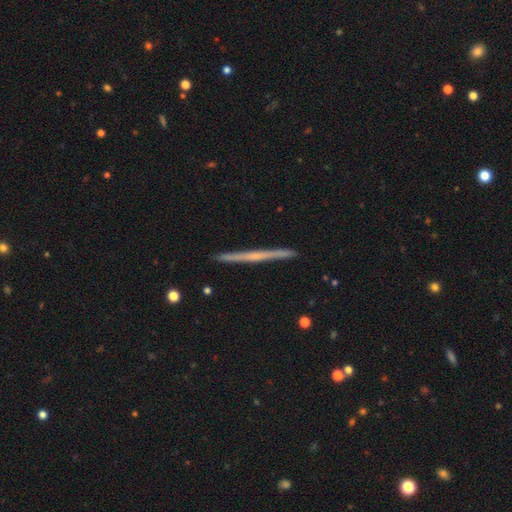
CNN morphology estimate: A featured or disk galaxy (64%) viewed edge-on (98%) with no central bulge (74%). Merging: none (92%).